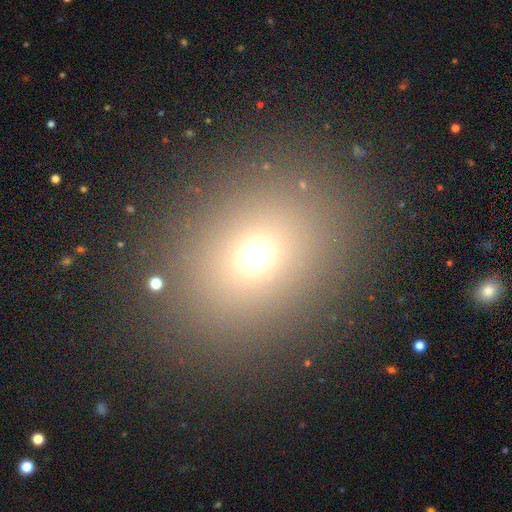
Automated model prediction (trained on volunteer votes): The model was most divided on "how rounded": round: 56%, in between: 43%, cigar-shaped: 1%. More confident: merging — none (87%); smooth or featured — smooth (67%).